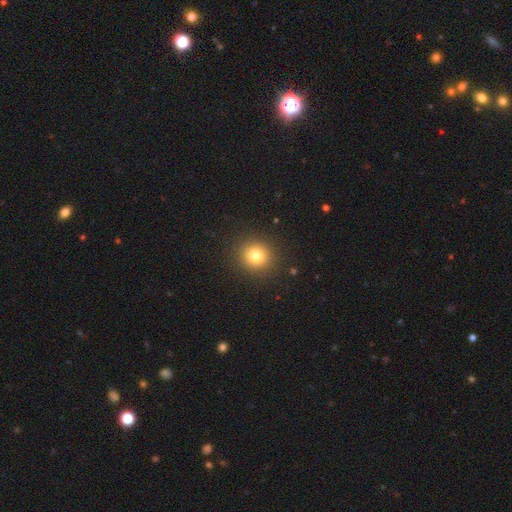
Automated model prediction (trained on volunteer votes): Smooth or featured: smooth — 80% (star or artifact — 13%)
How rounded: round — 88% (in between — 11%)
Merging: none — 90% (minor disturbance — 6%)